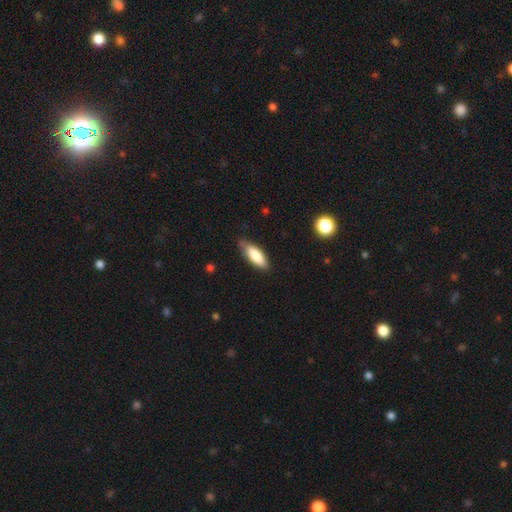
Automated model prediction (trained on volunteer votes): Smooth or featured? Predicted: smooth (p=0.81). How rounded? Predicted: in between (p=0.68). Merging? Predicted: none (p=0.78).